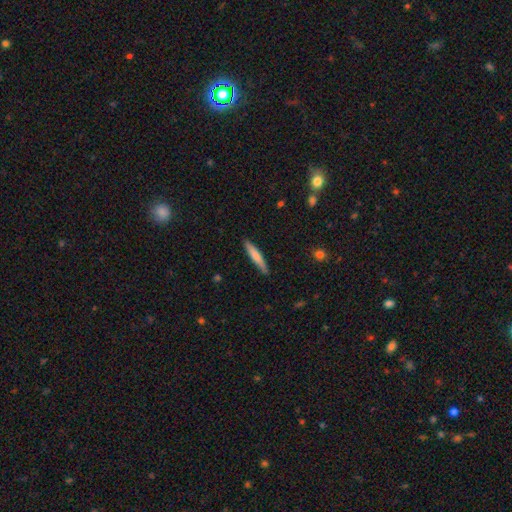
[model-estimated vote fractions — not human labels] Smooth or featured?
  - smooth: 70% *
  - featured or disk: 25%
  - star or artifact: 5%
How rounded?
  - cigar-shaped: 92% *
  - in between: 6%
  - round: 1%
Merging?
  - none: 87% *
  - minor disturbance: 10%
  - major disturbance: 2%
  - merger: 1%